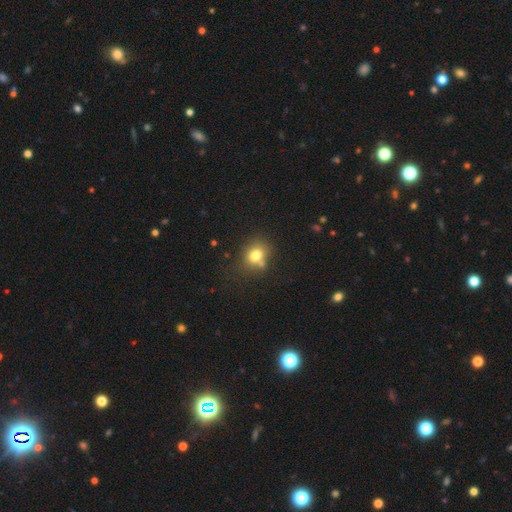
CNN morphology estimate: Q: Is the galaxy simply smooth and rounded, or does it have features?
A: smooth — 76%.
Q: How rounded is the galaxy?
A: round — 61%.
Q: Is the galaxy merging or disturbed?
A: none — 61%.